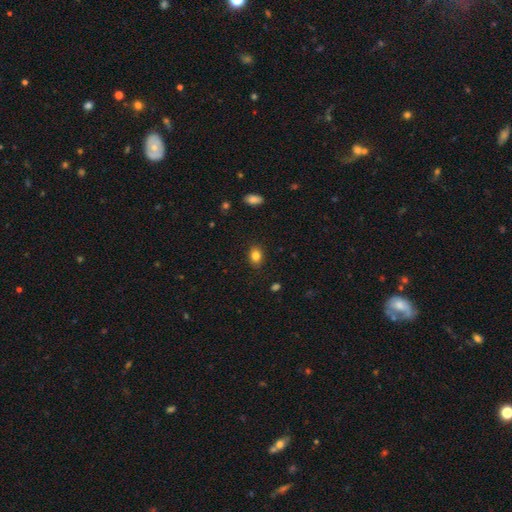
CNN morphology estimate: This is clearly a smooth galaxy (84%). How rounded: likely in between (65%). Merging: clearly none (87%).